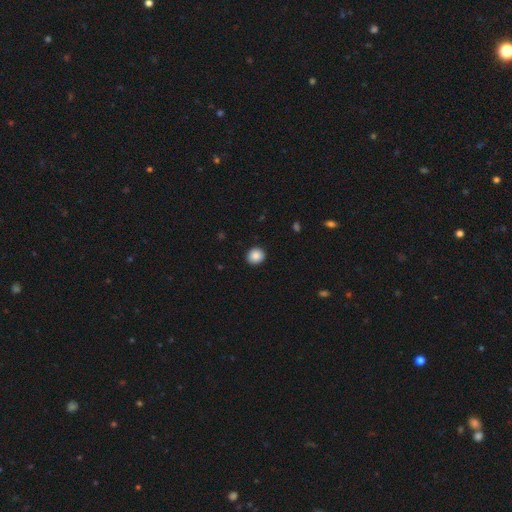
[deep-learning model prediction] This is clearly a smooth galaxy (88%). How rounded: clearly round (83%). Merging: clearly none (91%).